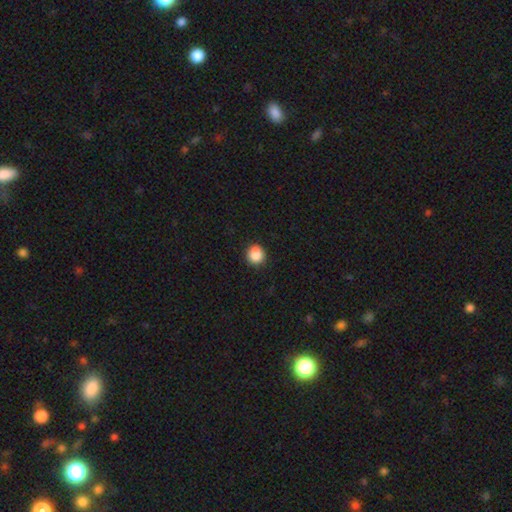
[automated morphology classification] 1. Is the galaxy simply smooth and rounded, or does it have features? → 87% smooth, 10% star or artifact, 4% featured or disk.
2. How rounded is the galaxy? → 89% round, 10% in between, 1% cigar-shaped.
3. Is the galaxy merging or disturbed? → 84% none, 12% minor disturbance, 2% major disturbance, 2% merger.